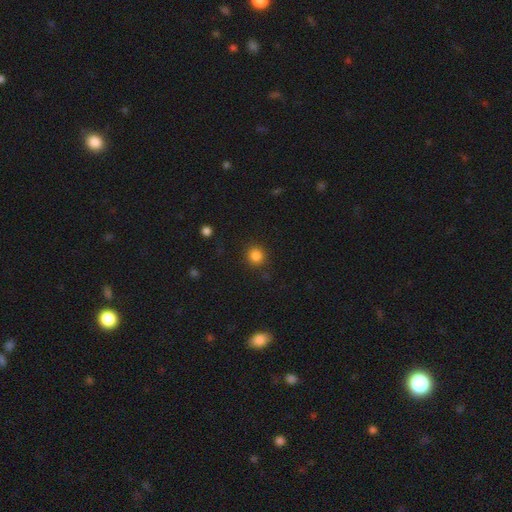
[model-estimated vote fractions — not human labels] A smooth galaxy with no disk features (84%) that is round (90%). Merging: none (89%).